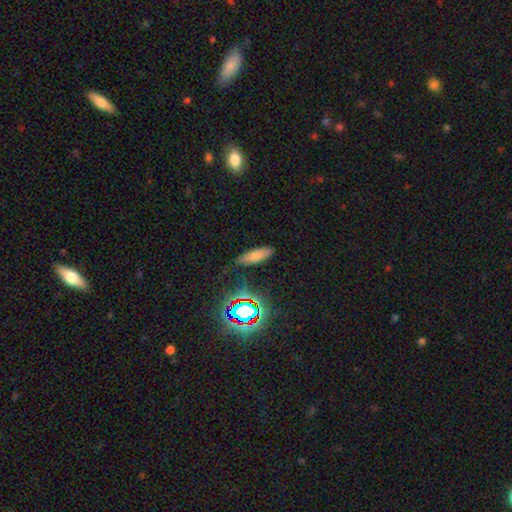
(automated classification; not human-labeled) smooth 68%, star or artifact 18%, featured or disk 14%. Down the decision tree: how rounded — in between (52%); merging — none (82%).